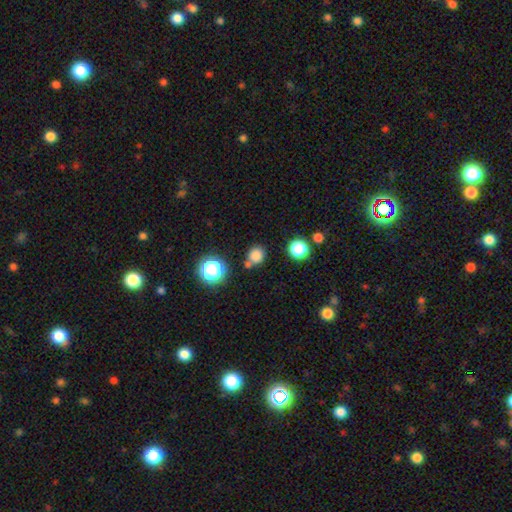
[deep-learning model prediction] smooth 79%, star or artifact 15%, featured or disk 5%. Down the decision tree: how rounded — round (81%); merging — none (70%).